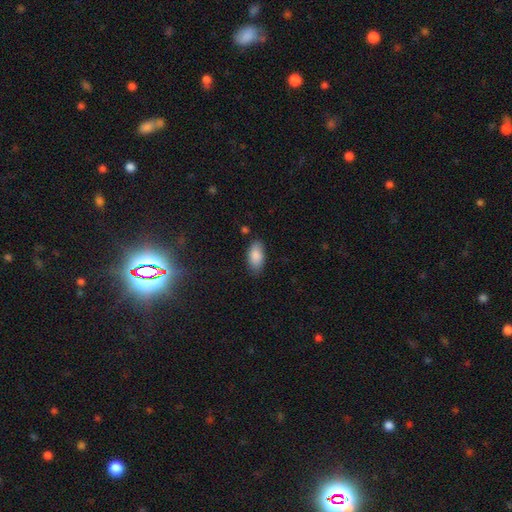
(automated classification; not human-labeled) Smooth or featured: smooth — 87% (star or artifact — 7%)
How rounded: in between — 93% (cigar-shaped — 4%)
Merging: none — 80% (minor disturbance — 15%)